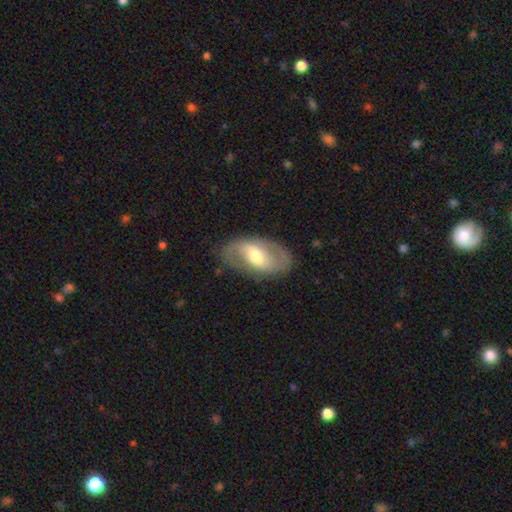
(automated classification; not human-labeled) smooth_or_featured: featured or disk (p=0.70) [alt: smooth p=0.24]
disk_edge_on: no (p=0.94) [alt: yes p=0.06]
bar: weak (p=0.44) [alt: strong p=0.29]
has_spiral_arms: yes (p=0.76) [alt: no p=0.24]
bulge_size: moderate (p=0.65) [alt: small p=0.23]
merging: none (p=0.81) [alt: minor disturbance p=0.13]